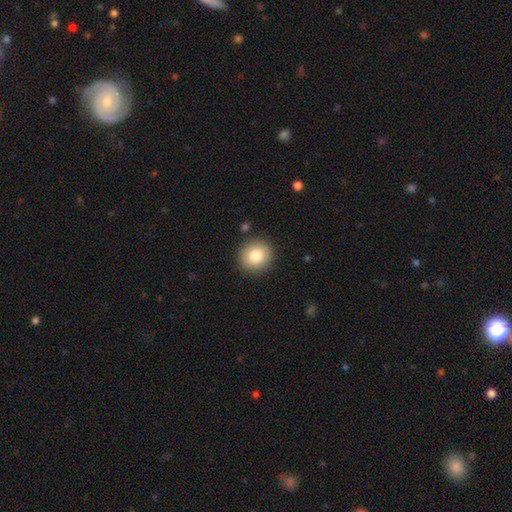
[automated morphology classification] Smooth or featured? Predicted: smooth (p=0.82). How rounded? Predicted: round (p=0.90). Merging? Predicted: none (p=0.90).